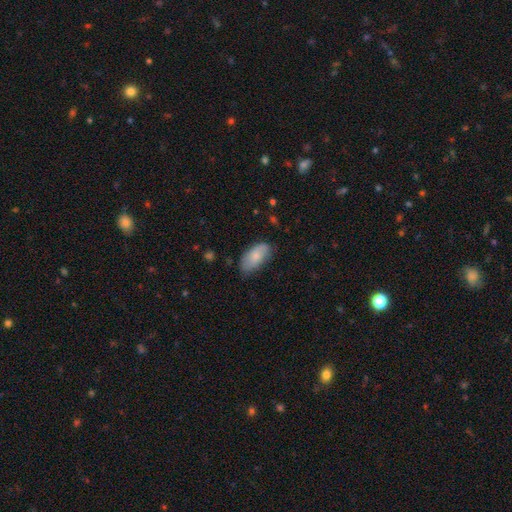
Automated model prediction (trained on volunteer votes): This is likely a smooth galaxy (78%). How rounded: clearly in between (93%). Merging: likely none (72%).